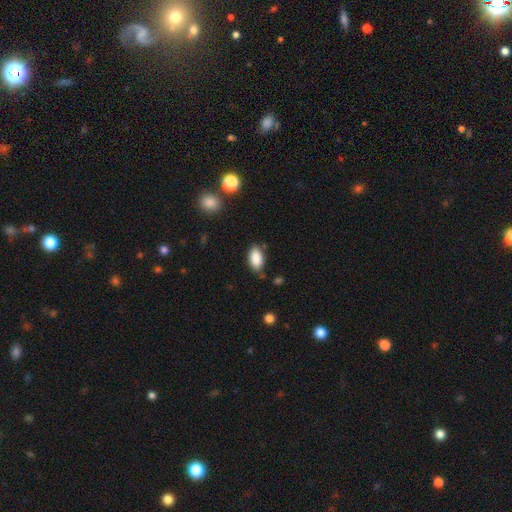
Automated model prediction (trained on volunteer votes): smooth_or_featured: smooth (p=0.87) [alt: star or artifact p=0.08]
how_rounded: in between (p=0.92) [alt: round p=0.04]
merging: none (p=0.77) [alt: minor disturbance p=0.17]